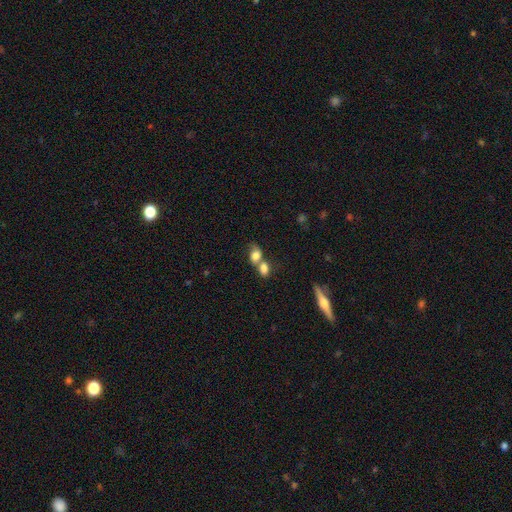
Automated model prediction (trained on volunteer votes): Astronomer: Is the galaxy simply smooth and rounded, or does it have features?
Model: smooth — 76%.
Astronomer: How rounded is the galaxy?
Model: in between — 66%.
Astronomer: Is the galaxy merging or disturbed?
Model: merger — 65%.